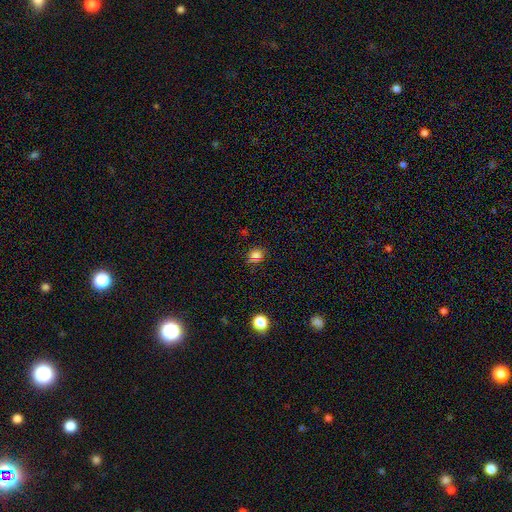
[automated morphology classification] Overall: smooth (75%). How rounded: round (74%). Merging: none (82%).